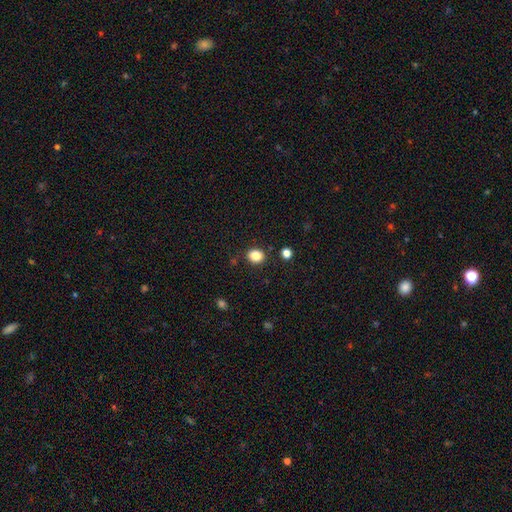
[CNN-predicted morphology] smooth-or-featured: smooth: 84% | star or artifact: 11% | featured or disk: 5%
  how-rounded: round: 63% | in between: 36% | cigar-shaped: 1%
  merging: none: 87% | minor disturbance: 8% | merger: 3% | major disturbance: 2%